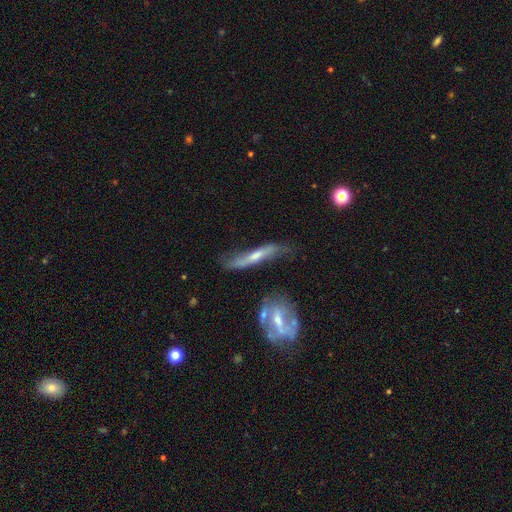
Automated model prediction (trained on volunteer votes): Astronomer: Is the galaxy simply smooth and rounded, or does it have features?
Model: featured or disk — 62%.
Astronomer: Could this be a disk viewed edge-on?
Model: yes — 68%.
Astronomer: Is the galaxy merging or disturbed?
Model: none — 57%.